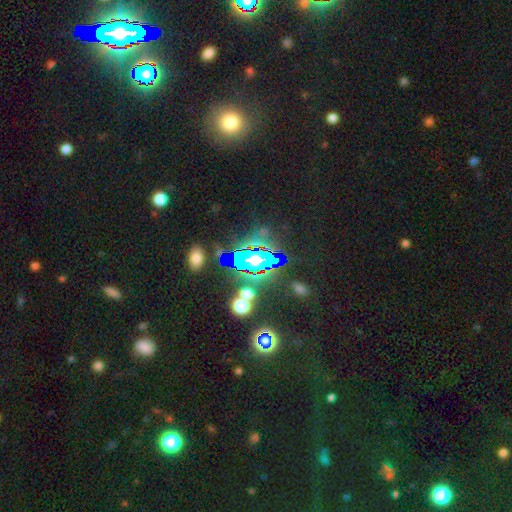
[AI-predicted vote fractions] This appears to be a star or artifact, not a galaxy (66%).